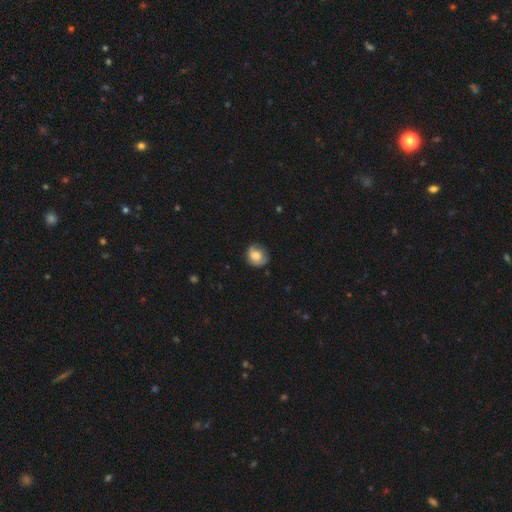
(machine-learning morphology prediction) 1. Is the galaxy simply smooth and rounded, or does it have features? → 72% smooth, 20% featured or disk, 8% star or artifact.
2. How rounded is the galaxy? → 74% round, 25% in between, 1% cigar-shaped.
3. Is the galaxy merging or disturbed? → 62% none, 28% minor disturbance, 9% major disturbance, 2% merger.